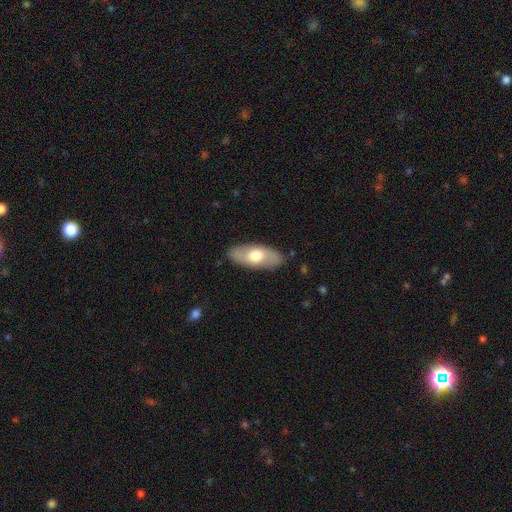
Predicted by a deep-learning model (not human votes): Morphology: type=smooth (59%); roundness=in between (88%); merging=none (86%).